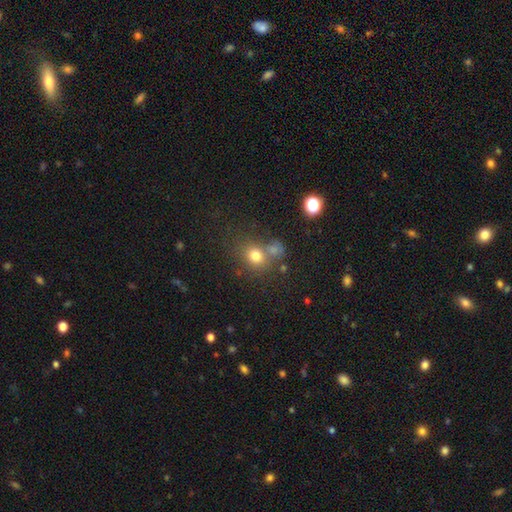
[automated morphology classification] A smooth galaxy with no disk features (74%) that is round (65%). Merging: none (56%).